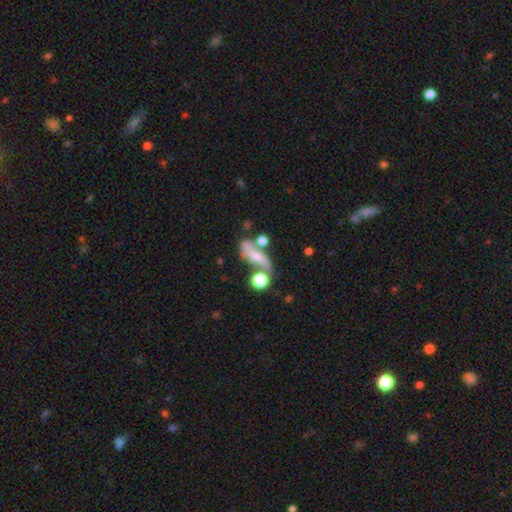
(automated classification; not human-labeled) smooth-or-featured: featured or disk: 57% | smooth: 32% | star or artifact: 11%
  disk-edge-on: no: 83% | yes: 17%
  merging: none: 44% | merger: 23% | minor disturbance: 19% | major disturbance: 14%